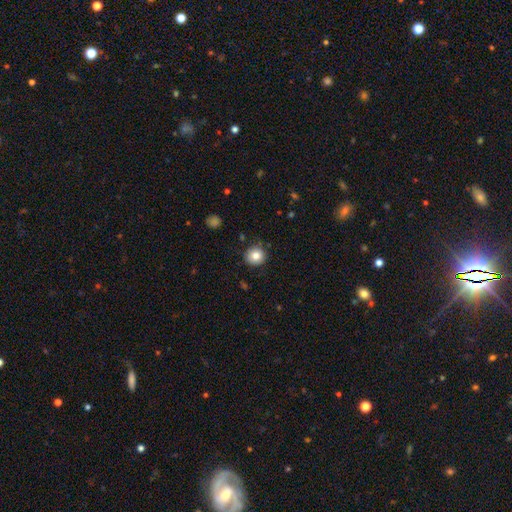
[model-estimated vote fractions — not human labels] Smooth or featured? smooth (82%)
How rounded? round (91%)
Merging? none (85%)